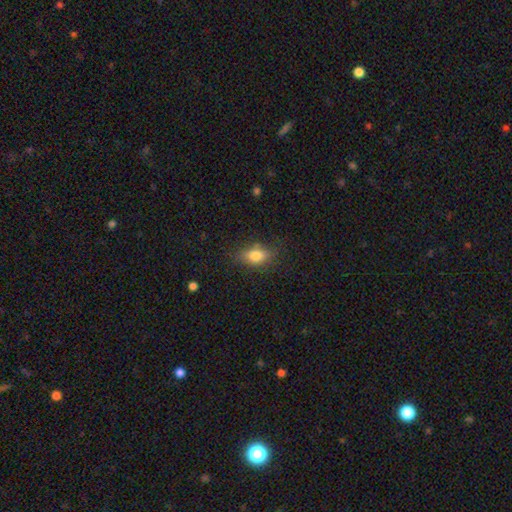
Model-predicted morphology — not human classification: Smooth or featured? Predicted: smooth (p=0.75). How rounded? Predicted: in between (p=0.81). Merging? Predicted: none (p=0.74).